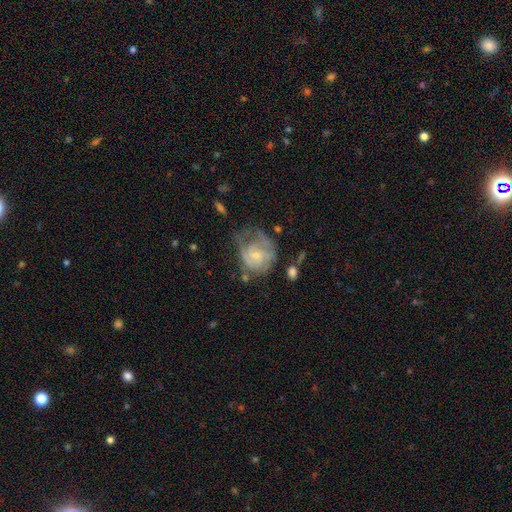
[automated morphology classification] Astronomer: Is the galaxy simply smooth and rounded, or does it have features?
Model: featured or disk — 63%.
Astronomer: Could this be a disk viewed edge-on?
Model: no — 98%.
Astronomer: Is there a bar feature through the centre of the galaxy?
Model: no — 66%.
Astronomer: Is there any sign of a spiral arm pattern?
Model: yes — 74%.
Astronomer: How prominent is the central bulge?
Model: small — 66%.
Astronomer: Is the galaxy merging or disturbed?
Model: none — 36% (runner-up: major disturbance, 33%).